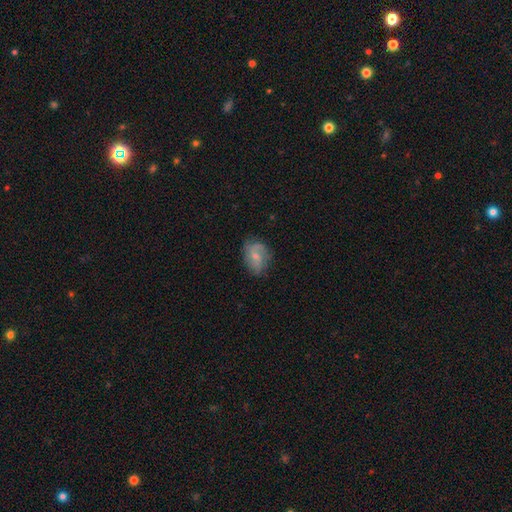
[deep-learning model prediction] smooth-or-featured: featured or disk: 57% | smooth: 35% | star or artifact: 8%
  disk-edge-on: no: 97% | yes: 3%
    bar: no: 54% | weak: 39% | strong: 7%
    has-spiral-arms: yes: 87% | no: 13%
    bulge-size: small: 57% | moderate: 28% | none: 13% | large: 2% | dominant: 1%
  merging: none: 65% | minor disturbance: 24% | major disturbance: 10% | merger: 2%